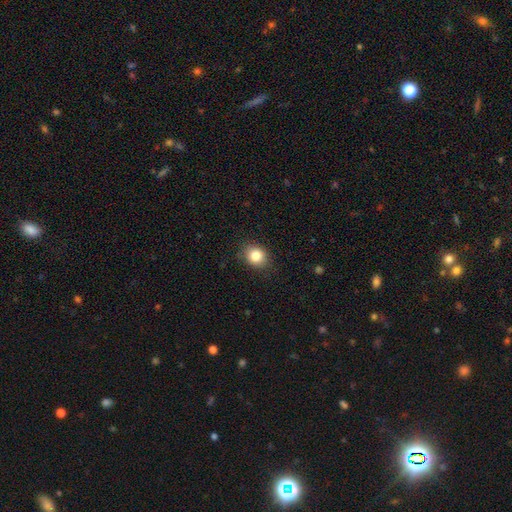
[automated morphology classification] The model was most divided on "how rounded": round: 62%, in between: 37%, cigar-shaped: 1%. More confident: merging — none (85%); smooth or featured — smooth (84%).